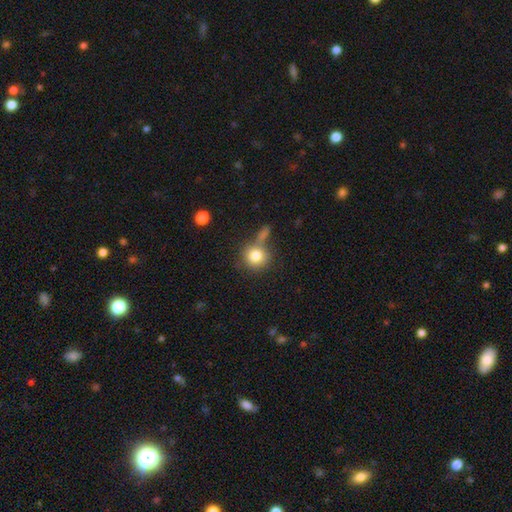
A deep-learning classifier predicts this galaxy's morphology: The model was most divided on "merging": none: 59%, merger: 20%, minor disturbance: 13%, major disturbance: 7%. More confident: how rounded — round (89%); smooth or featured — smooth (80%).